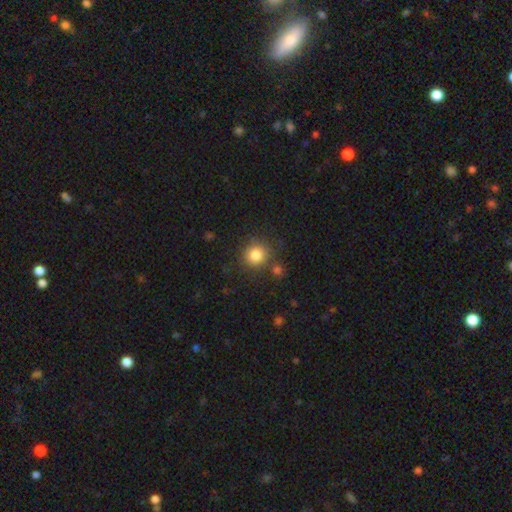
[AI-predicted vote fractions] This is clearly a smooth galaxy (83%). How rounded: clearly round (88%). Merging: likely none (78%).